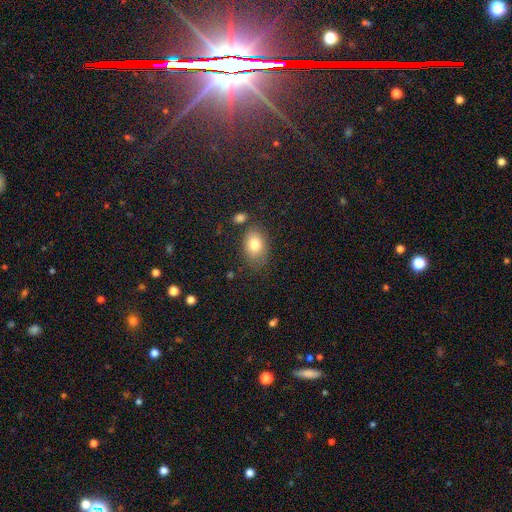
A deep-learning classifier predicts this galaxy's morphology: Q: Smooth or featured?
A: smooth (78%); runner-up: star or artifact (12%)
Q: How rounded?
A: in between (81%); runner-up: round (18%)
Q: Merging?
A: none (76%); runner-up: minor disturbance (16%)